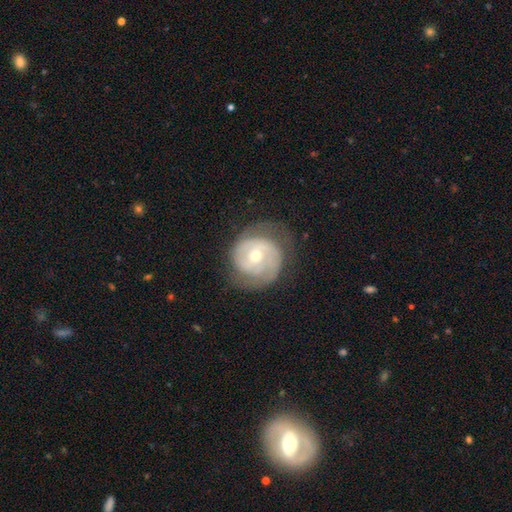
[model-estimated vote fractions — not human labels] smooth-or-featured: featured or disk: 78% | smooth: 16% | star or artifact: 6%
  disk-edge-on: no: 97% | yes: 3%
    bar: no: 54% | weak: 36% | strong: 10%
    has-spiral-arms: yes: 90% | no: 10%
      spiral-winding: tight: 61% | medium: 30% | loose: 9%
      spiral-arm-count: 2: 55% | can't tell: 22% | 3: 11% | 1: 6% | 4: 3% | more than 4: 2%
    bulge-size: moderate: 61% | small: 35% | large: 2% | none: 1% | dominant: 1%
  merging: none: 69% | minor disturbance: 20% | major disturbance: 10% | merger: 1%